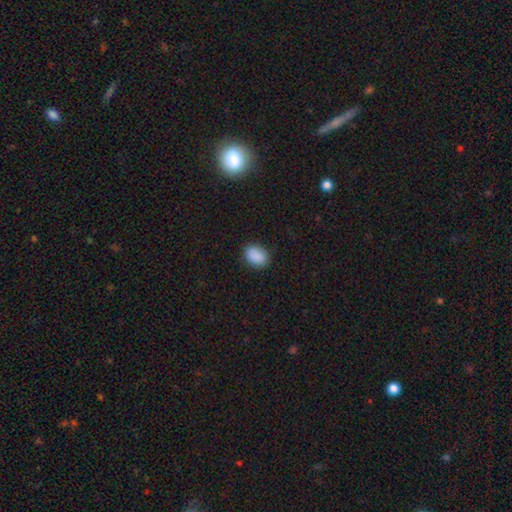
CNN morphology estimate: The model was most divided on "how rounded": in between: 73%, round: 25%, cigar-shaped: 1%. More confident: smooth or featured — smooth (89%); merging — none (83%).